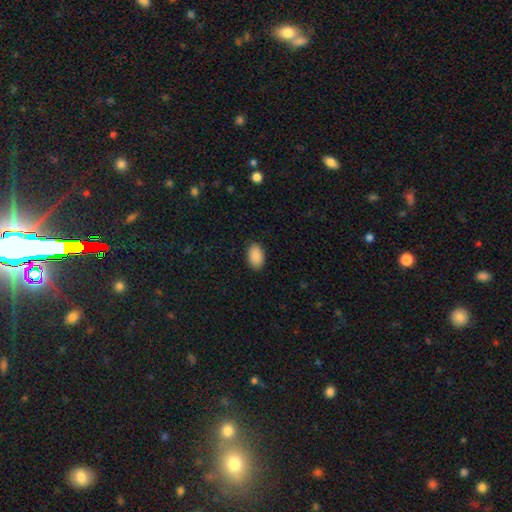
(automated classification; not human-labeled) This appears to be a smooth galaxy with no disk features (90%) that is in between round and cigar-shaped (92%). Merging: none (88%).